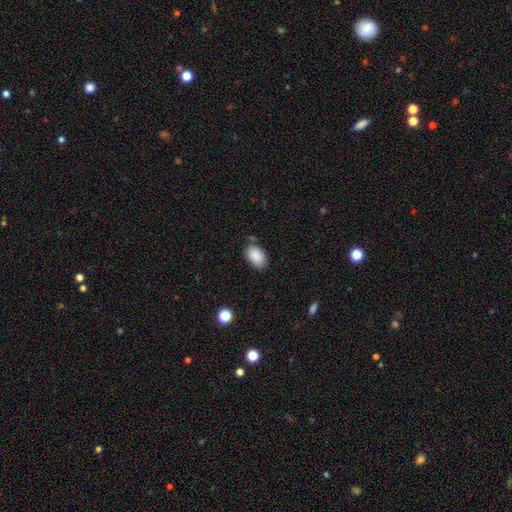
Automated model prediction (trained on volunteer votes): Q: Smooth or featured?
A: smooth (88%); runner-up: star or artifact (7%)
Q: How rounded?
A: in between (90%); runner-up: round (8%)
Q: Merging?
A: none (72%); runner-up: minor disturbance (19%)